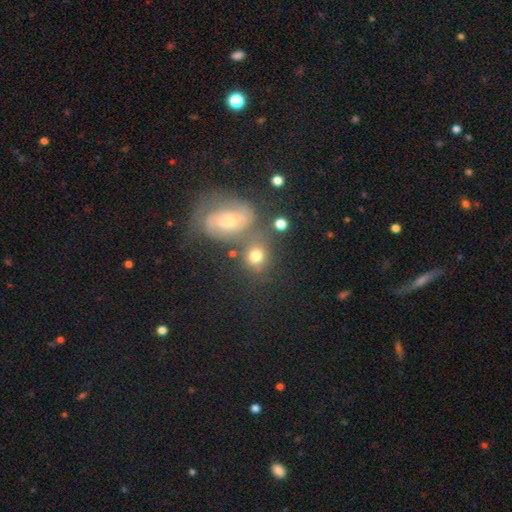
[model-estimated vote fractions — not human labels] Smooth or featured? smooth (61%)
How rounded? round (68%)
Merging? none (55%)